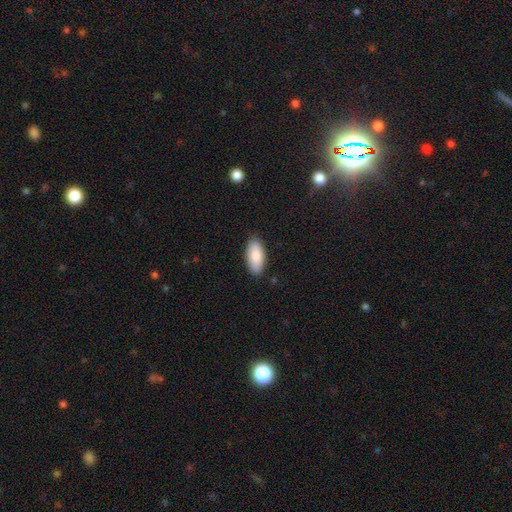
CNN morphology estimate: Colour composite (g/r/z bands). It shows a smooth galaxy with no disk features (87%) that is in between round and cigar-shaped (89%). Merging: none (88%).